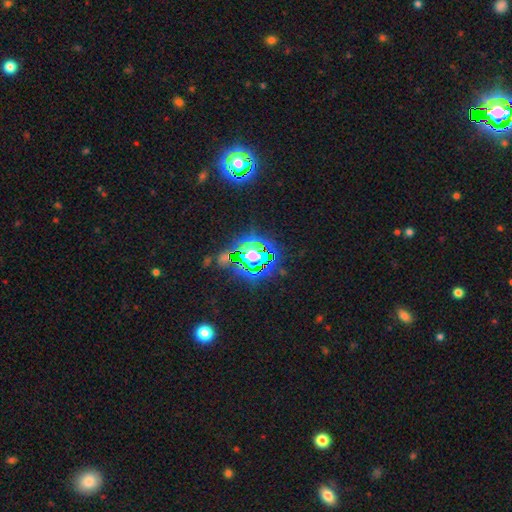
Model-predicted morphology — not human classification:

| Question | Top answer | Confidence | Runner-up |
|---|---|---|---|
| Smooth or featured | star or artifact | 83% | smooth (10%) |